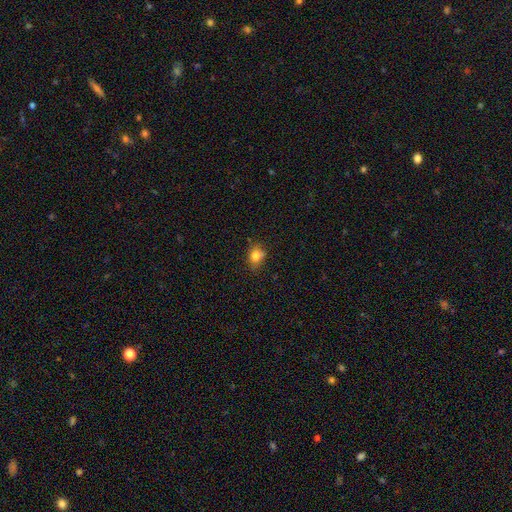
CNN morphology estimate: smooth_or_featured: smooth (p=0.78) [alt: star or artifact p=0.12]
how_rounded: round (p=0.53) [alt: in between p=0.46]
merging: none (p=0.65) [alt: minor disturbance p=0.25]